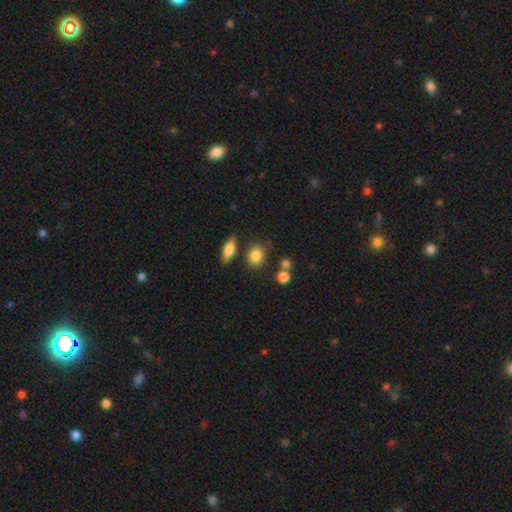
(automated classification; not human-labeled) A smooth galaxy with no disk features (83%) that is round (60%).

Vote fractions:
- Smooth or featured? smooth: 83% / star or artifact: 10% / featured or disk: 7%
- How rounded? round: 60% / in between: 38% / cigar-shaped: 2%
- Merging? none: 70% / minor disturbance: 15% / merger: 10% / major disturbance: 5%